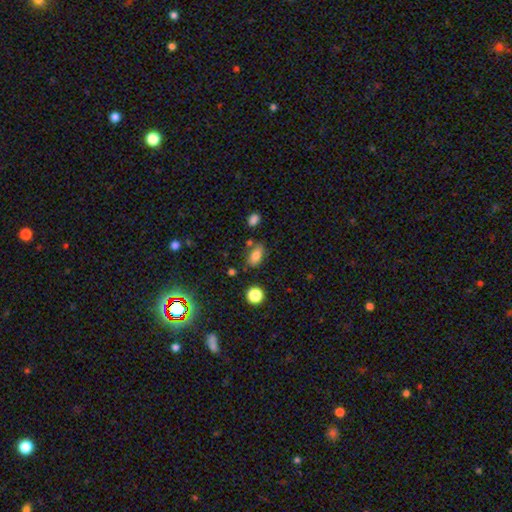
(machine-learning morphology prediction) This is likely a smooth galaxy (77%). How rounded: clearly in between (84%). Merging: likely none (69%).